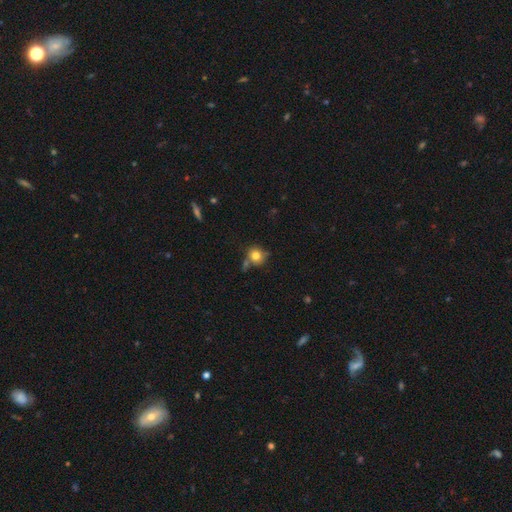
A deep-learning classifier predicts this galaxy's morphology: Overall: smooth (78%). How rounded: round (86%). Merging: none (63%).